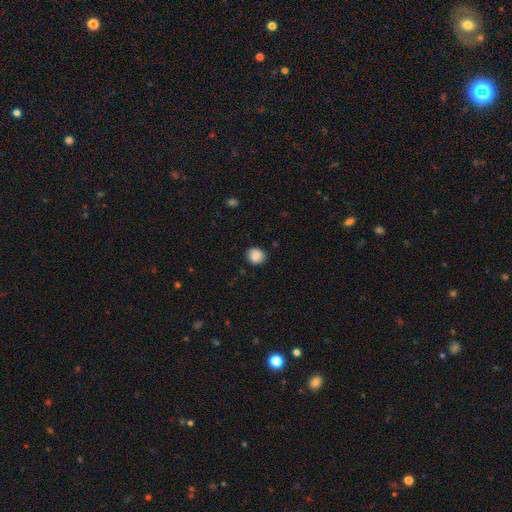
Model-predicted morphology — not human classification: This is clearly a smooth galaxy (86%). How rounded: clearly round (82%). Merging: clearly none (85%).